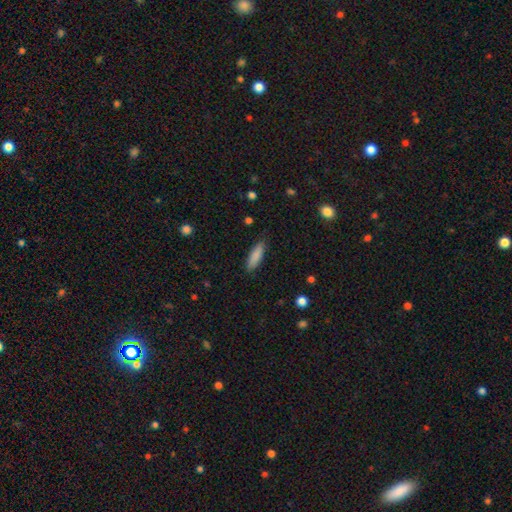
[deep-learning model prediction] Overall: smooth (87%). How rounded: cigar-shaped (54%; in between 45%). Merging: none (85%).